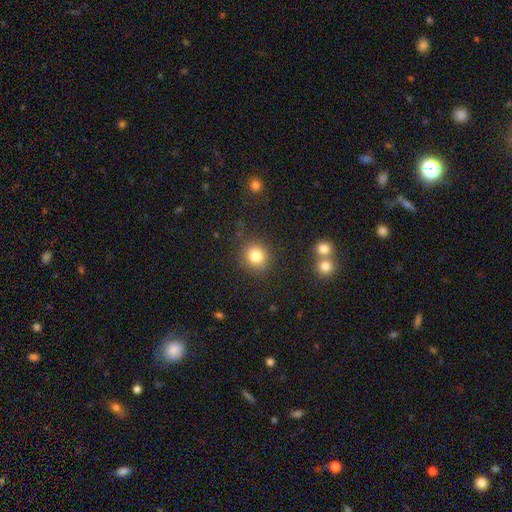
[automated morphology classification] Smooth or featured? smooth (82%)
How rounded? round (87%)
Merging? none (85%)